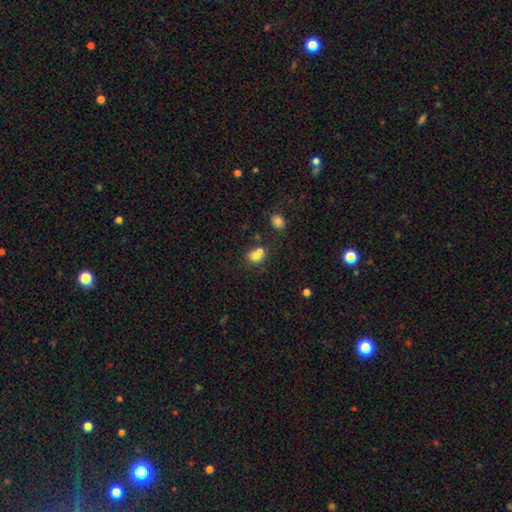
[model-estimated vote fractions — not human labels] Overall: smooth (74%). How rounded: round (66%; in between 33%). Merging: merger (49%; none 38%).